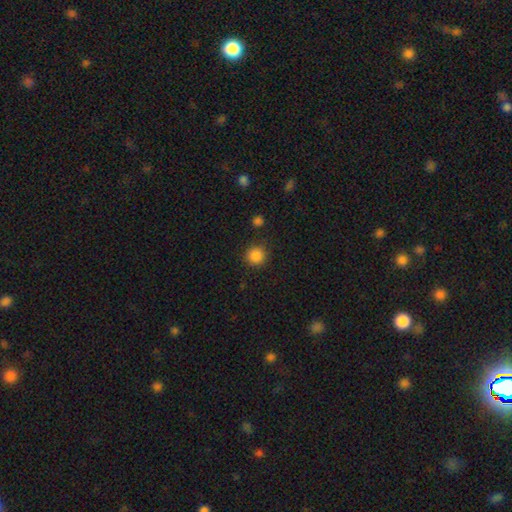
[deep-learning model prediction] smooth_or_featured: smooth (p=0.86) [alt: star or artifact p=0.11]
how_rounded: round (p=0.93) [alt: in between p=0.06]
merging: none (p=0.87) [alt: minor disturbance p=0.08]